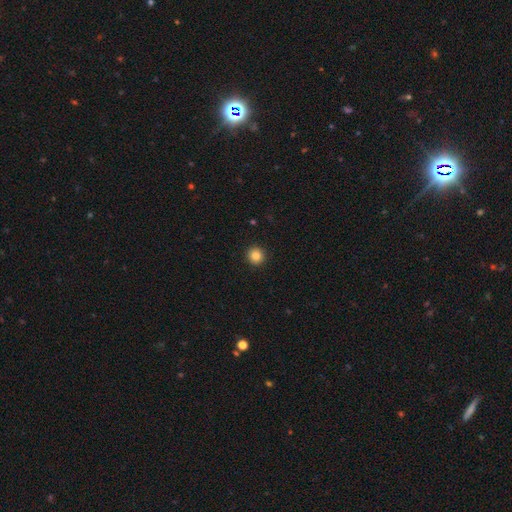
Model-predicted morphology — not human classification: Smooth or featured? smooth (86%)
How rounded? round (94%)
Merging? none (93%)